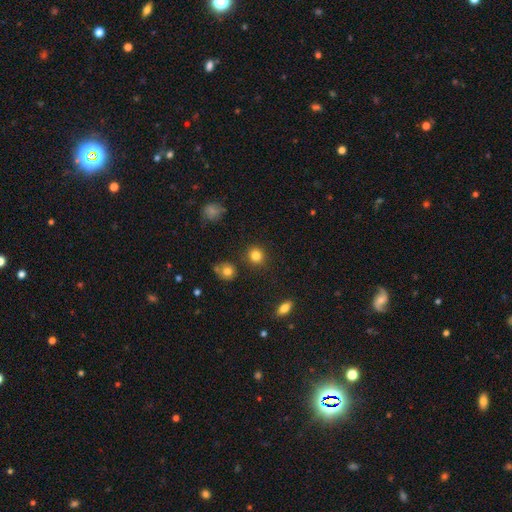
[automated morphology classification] This appears to be a smooth galaxy with no disk features (83%) that is round (89%). Merging: none (87%).